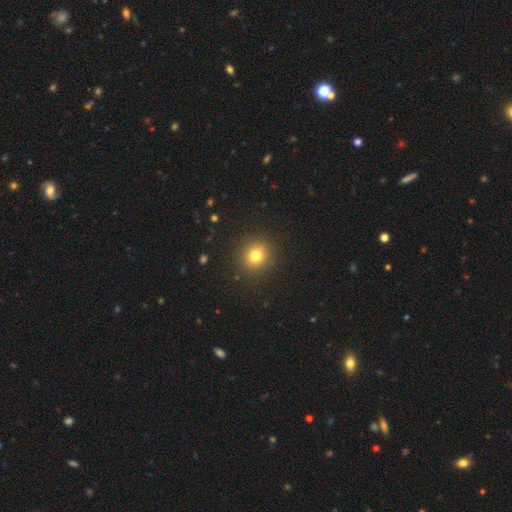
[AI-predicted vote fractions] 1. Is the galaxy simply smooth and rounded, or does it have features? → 78% smooth, 14% star or artifact, 8% featured or disk.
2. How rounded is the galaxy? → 87% round, 12% in between, 1% cigar-shaped.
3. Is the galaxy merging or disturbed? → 90% none, 6% minor disturbance, 3% major disturbance, 1% merger.